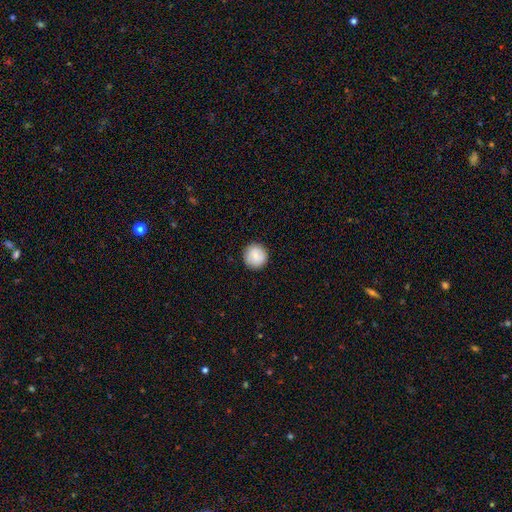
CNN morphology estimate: A smooth galaxy with no disk features (81%) that is round (95%).

Vote fractions:
- Smooth or featured? smooth: 81% / featured or disk: 12% / star or artifact: 7%
- How rounded? round: 95% / in between: 4% / cigar-shaped: 1%
- Merging? none: 90% / minor disturbance: 7% / major disturbance: 2% / merger: 1%